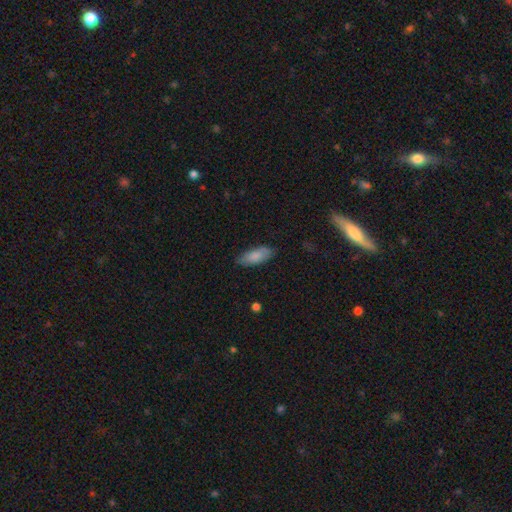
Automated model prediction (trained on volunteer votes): smooth 83%, featured or disk 11%, star or artifact 6%. Down the decision tree: how rounded — in between (77%); merging — none (82%).